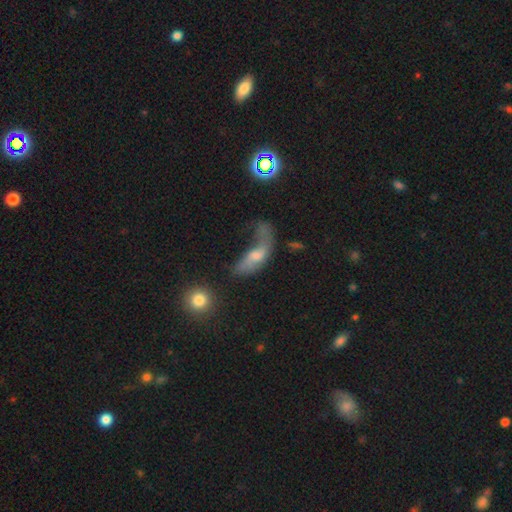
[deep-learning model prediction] Q: Smooth or featured?
A: featured or disk (43%); runner-up: smooth (41%)
Q: Merging?
A: major disturbance (51%); runner-up: none (18%)